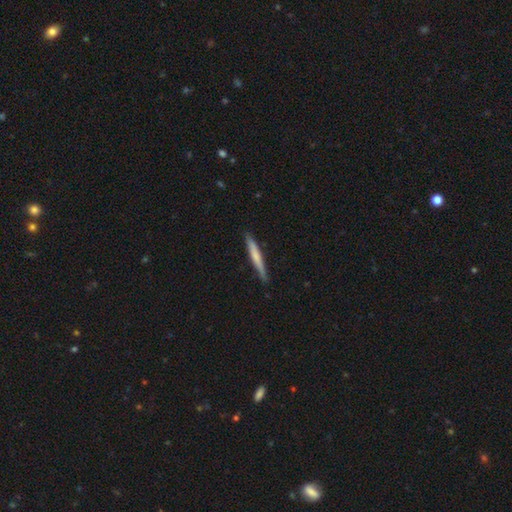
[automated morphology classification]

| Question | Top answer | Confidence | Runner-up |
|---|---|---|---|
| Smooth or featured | smooth | 60% | featured or disk (35%) |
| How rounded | cigar-shaped | 96% | in between (3%) |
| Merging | none | 87% | minor disturbance (10%) |